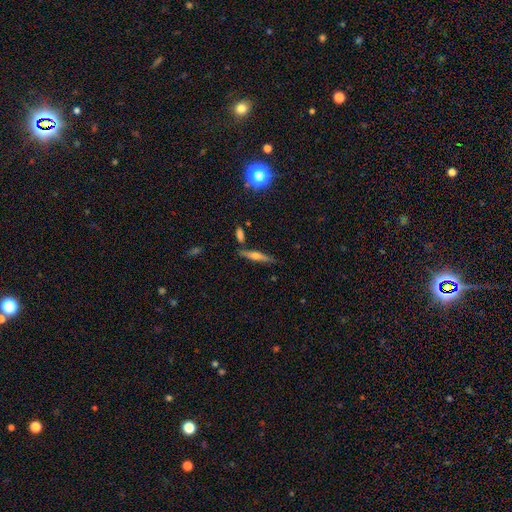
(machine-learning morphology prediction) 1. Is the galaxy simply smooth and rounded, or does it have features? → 51% featured or disk, 41% smooth, 8% star or artifact.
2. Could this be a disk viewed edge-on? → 93% yes, 7% no.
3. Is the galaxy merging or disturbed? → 79% none, 11% minor disturbance, 7% merger, 3% major disturbance.